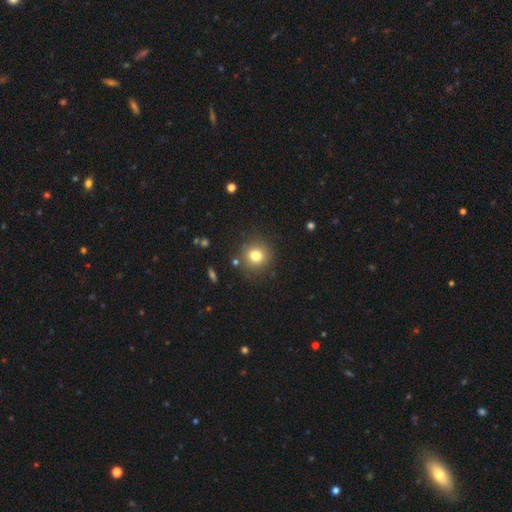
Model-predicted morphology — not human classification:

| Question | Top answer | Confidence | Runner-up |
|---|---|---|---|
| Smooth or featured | smooth | 79% | star or artifact (13%) |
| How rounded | round | 92% | in between (7%) |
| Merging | none | 87% | minor disturbance (8%) |